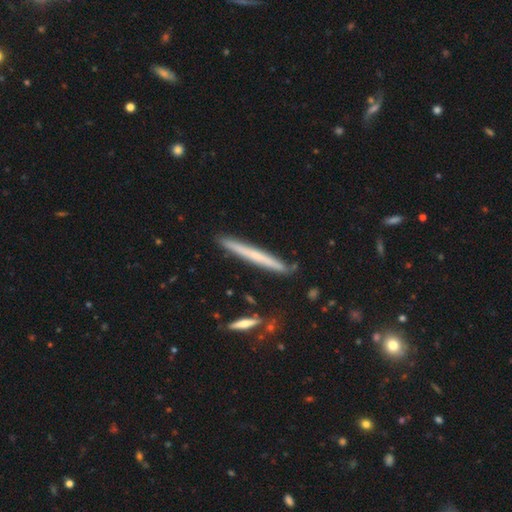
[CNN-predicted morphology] Q: Smooth or featured?
A: smooth (50%); runner-up: featured or disk (44%)
Q: How rounded?
A: cigar-shaped (97%); runner-up: in between (2%)
Q: Merging?
A: none (88%); runner-up: minor disturbance (9%)